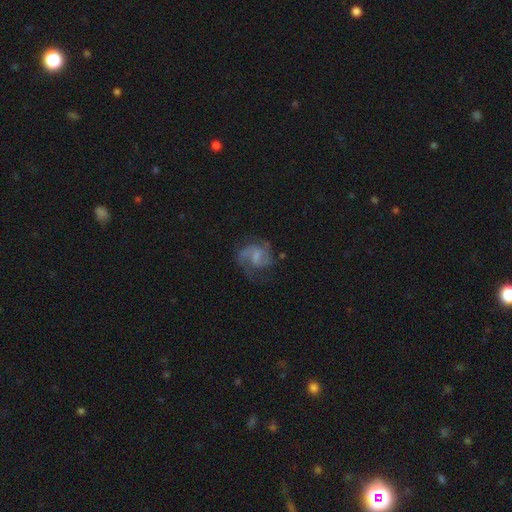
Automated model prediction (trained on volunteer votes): Smooth or featured? Predicted: featured or disk (p=0.79). Edge-on disk? Predicted: no (p=0.98). Bar? Predicted: weak (p=0.54). Spiral arms? Predicted: yes (p=0.94). Spiral winding? Predicted: medium (p=0.53). Spiral arm count? Predicted: 2 (p=0.72). Bulge size? Predicted: small (p=0.38). Merging? Predicted: none (p=0.62).